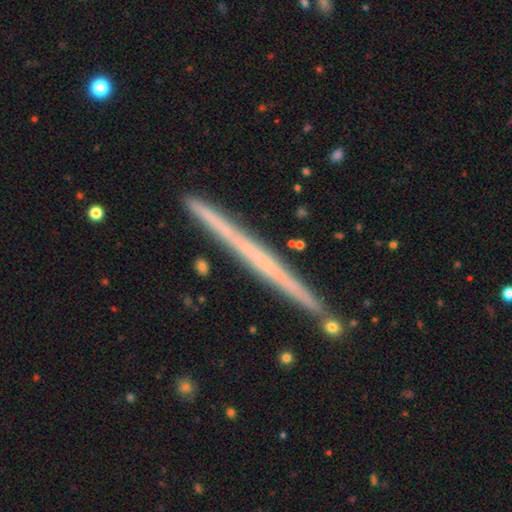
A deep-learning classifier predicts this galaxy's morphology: This is likely a featured or disk galaxy (62%). It is clearly viewed edge-on (98%). Edge-on bulge: clearly none (91%). Merging: clearly none (90%).